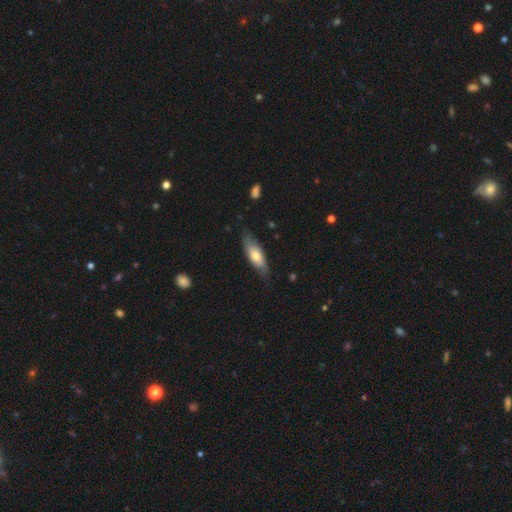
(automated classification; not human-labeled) This is possibly a smooth galaxy (58%). How rounded: likely in between (67%). Merging: likely none (71%).